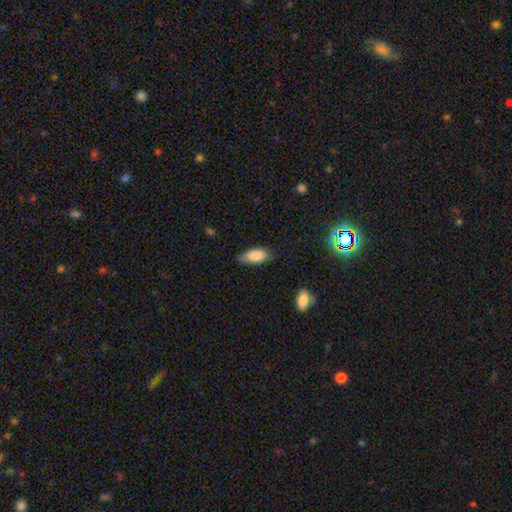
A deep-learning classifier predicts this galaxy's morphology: This appears to be a smooth galaxy with no disk features (86%) that is in between round and cigar-shaped (89%). Merging: none (61%).